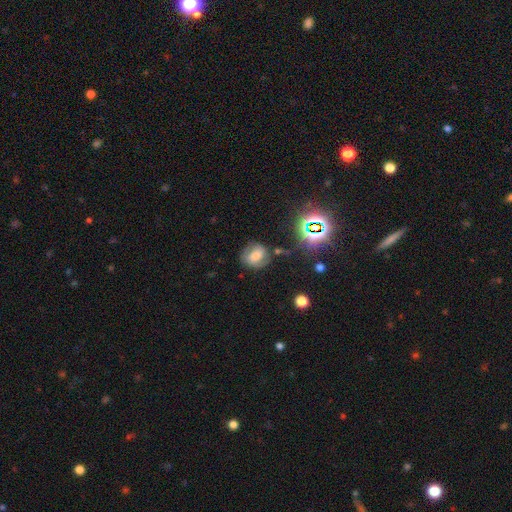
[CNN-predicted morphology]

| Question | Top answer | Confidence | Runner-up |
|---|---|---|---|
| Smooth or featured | smooth | 46% | featured or disk (36%) |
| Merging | none | 67% | minor disturbance (20%) |